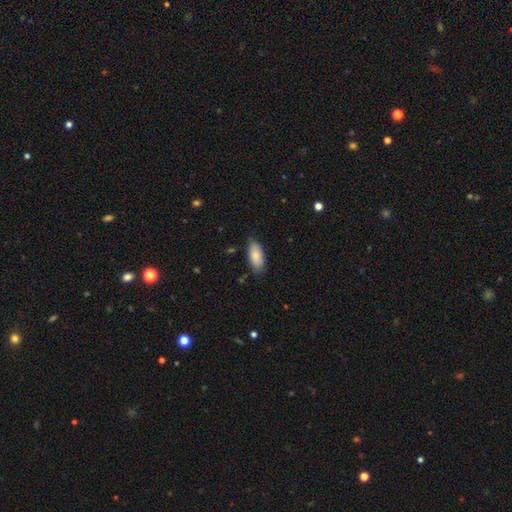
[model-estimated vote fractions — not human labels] Overall: smooth (84%). How rounded: in between (87%). Merging: none (77%).